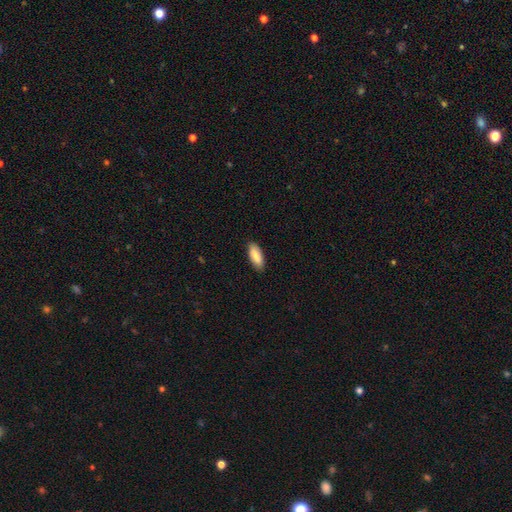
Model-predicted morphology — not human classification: Smooth or featured? Predicted: smooth (p=0.87). How rounded? Predicted: in between (p=0.75). Merging? Predicted: none (p=0.89).